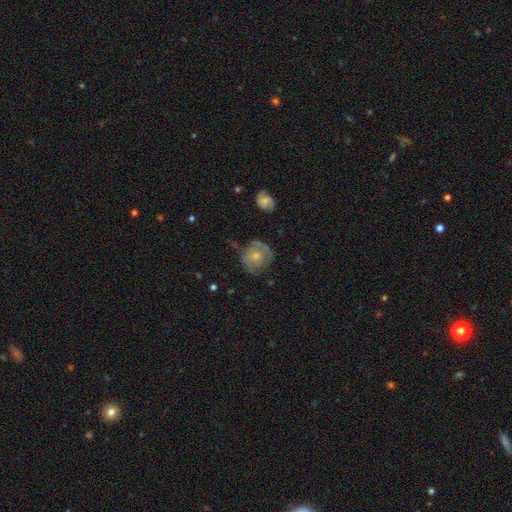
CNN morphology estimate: The model was most divided on "bulge size": moderate: 45%, small: 44%, none: 6%, large: 4%, dominant: 1%. More confident: edge-on disk — no (97%); spiral arms — yes (81%); bar — no (72%); smooth or featured — featured or disk (62%); merging — none (62%).